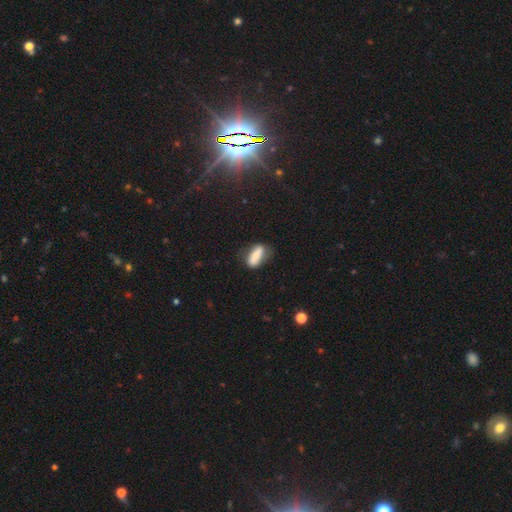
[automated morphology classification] smooth_or_featured: smooth (p=0.69) [alt: featured or disk p=0.23]
how_rounded: in between (p=0.65) [alt: cigar-shaped p=0.30]
merging: none (p=0.58) [alt: minor disturbance p=0.26]